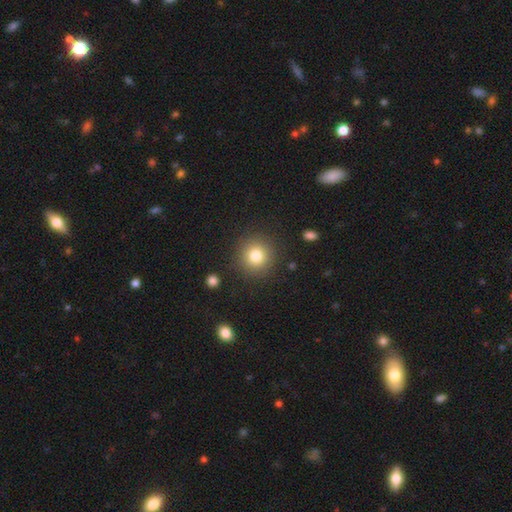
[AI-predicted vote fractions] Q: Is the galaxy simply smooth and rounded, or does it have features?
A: smooth — 80%.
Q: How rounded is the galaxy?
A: round — 93%.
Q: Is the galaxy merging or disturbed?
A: none — 88%.